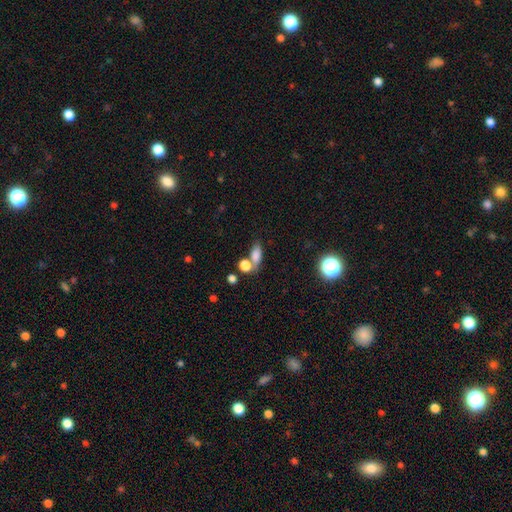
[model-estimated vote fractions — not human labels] This is likely a smooth galaxy (79%). How rounded: likely in between (78%). Merging: possibly none (50%).